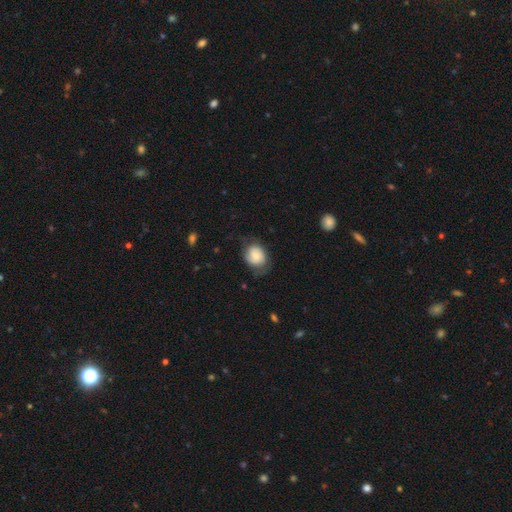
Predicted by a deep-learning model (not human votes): Smooth or featured: smooth — 63% (featured or disk — 29%)
How rounded: round — 51% (in between — 48%)
Merging: none — 56% (minor disturbance — 28%)